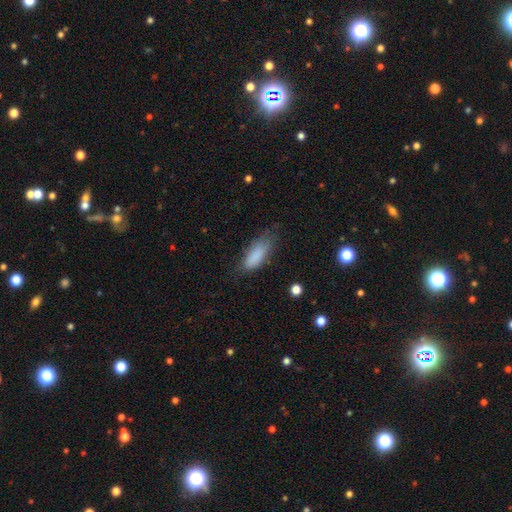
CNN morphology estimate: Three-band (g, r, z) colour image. It shows a smooth galaxy with no disk features (83%) that is in between round and cigar-shaped (74%). Merging: none (57%).